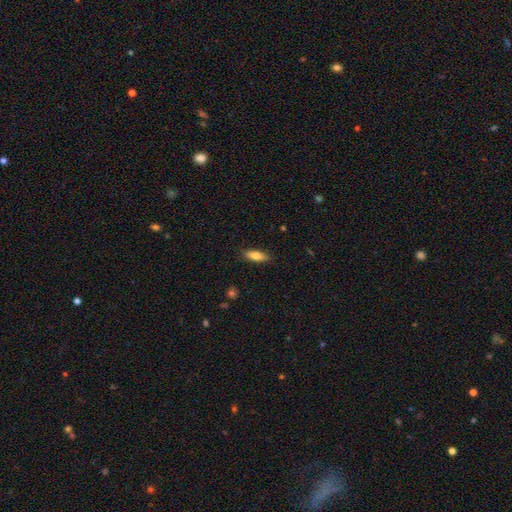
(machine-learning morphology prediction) The model was most divided on "how rounded": in between: 64%, cigar-shaped: 34%, round: 2%. More confident: merging — none (87%); smooth or featured — smooth (79%).